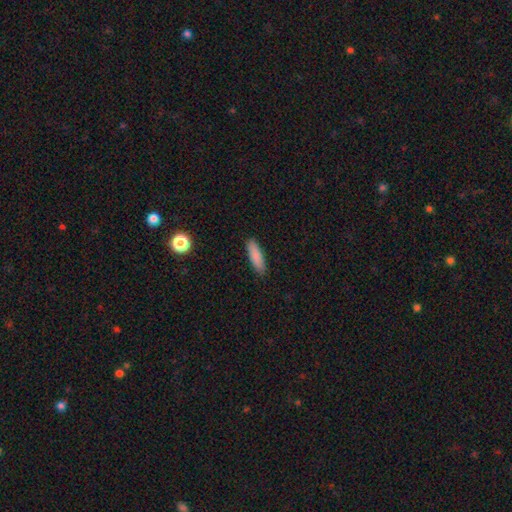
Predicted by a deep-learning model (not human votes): A smooth galaxy with no disk features (87%) that is cigar-shaped (59%). Merging: none (88%).